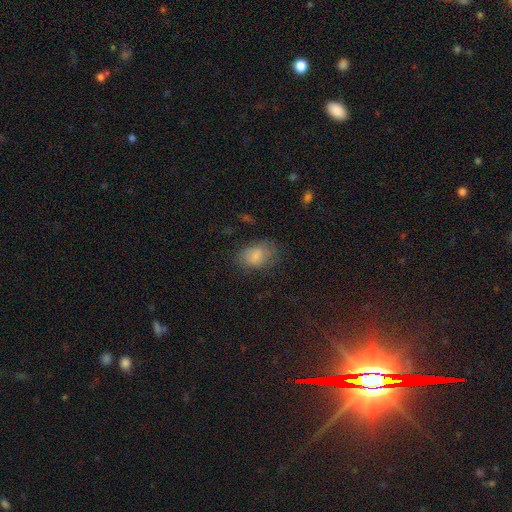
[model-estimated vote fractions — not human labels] smooth-or-featured: smooth: 75% | featured or disk: 15% | star or artifact: 9%
  how-rounded: in between: 86% | round: 13% | cigar-shaped: 1%
  merging: none: 63% | minor disturbance: 24% | major disturbance: 12% | merger: 2%